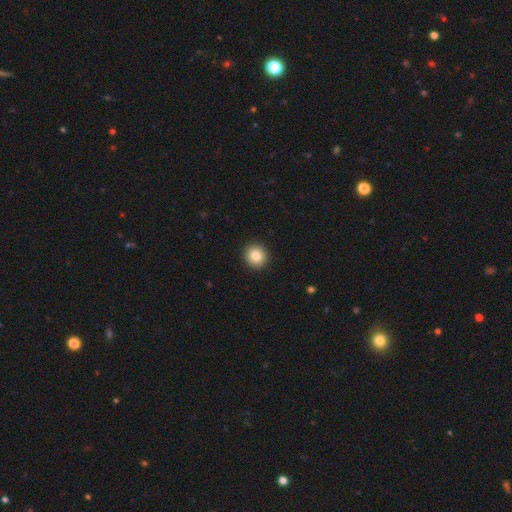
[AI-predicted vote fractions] Overall: smooth (84%). How rounded: round (91%). Merging: none (93%).